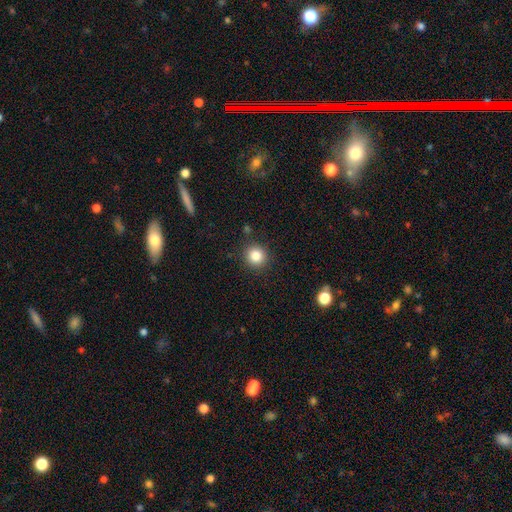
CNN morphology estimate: Smooth or featured: smooth — 84% (star or artifact — 11%)
How rounded: round — 93% (in between — 6%)
Merging: none — 89% (minor disturbance — 7%)